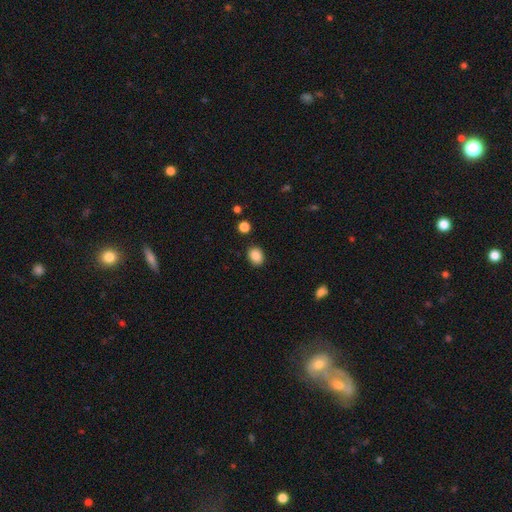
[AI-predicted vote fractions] Morphology: type=smooth (88%); roundness=in between (63%); merging=none (87%).